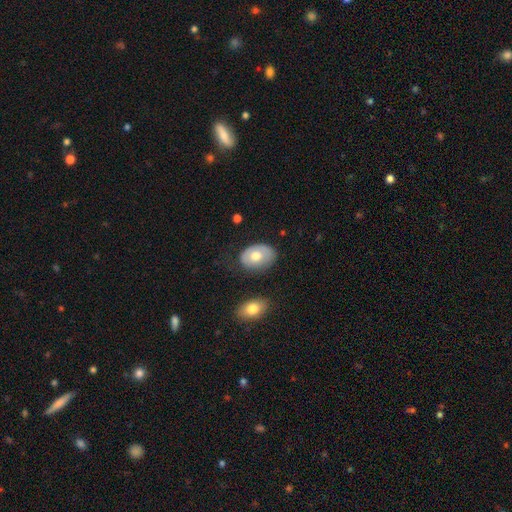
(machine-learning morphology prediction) Smooth or featured?
  - smooth: 67% *
  - featured or disk: 27%
  - star or artifact: 6%
How rounded?
  - in between: 81% *
  - round: 18%
  - cigar-shaped: 1%
Merging?
  - none: 67% *
  - minor disturbance: 23%
  - major disturbance: 7%
  - merger: 3%